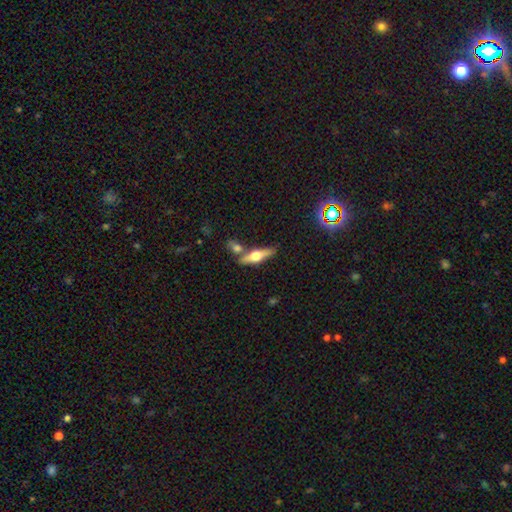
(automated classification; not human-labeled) Smooth or featured? featured or disk (60%)
Edge-on disk? yes (94%)
Edge-on bulge? rounded (95%)
Merging? none (69%)